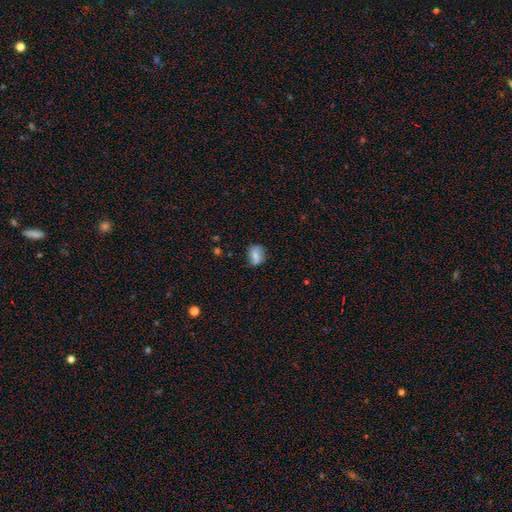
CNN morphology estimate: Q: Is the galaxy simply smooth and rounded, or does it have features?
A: smooth — 70%.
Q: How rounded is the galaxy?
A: in between — 51%.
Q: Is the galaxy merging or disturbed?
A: none — 68%.